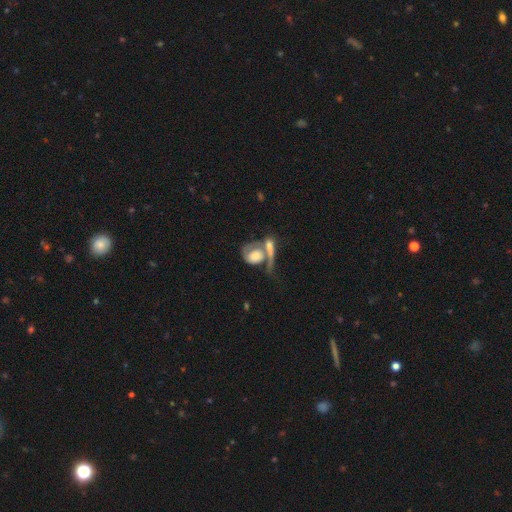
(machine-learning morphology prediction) Smooth or featured? Predicted: featured or disk (p=0.57). Edge-on disk? Predicted: no (p=0.93). Bar? Predicted: no (p=0.74). Spiral arms? Predicted: yes (p=0.69). Bulge size? Predicted: moderate (p=0.39). Merging? Predicted: merger (p=0.51).